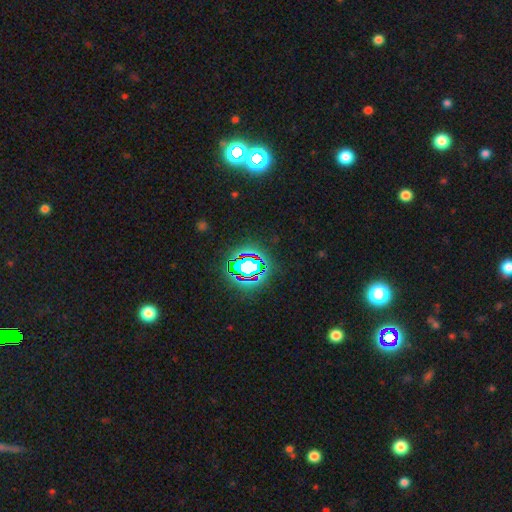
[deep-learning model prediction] smooth-or-featured: star or artifact: 73% | smooth: 17% | featured or disk: 10%